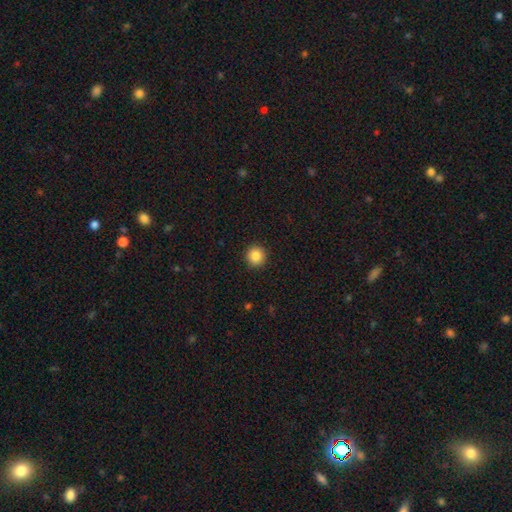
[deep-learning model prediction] A smooth galaxy with no disk features (86%) that is round (95%).

Vote fractions:
- Smooth or featured? smooth: 86% / star or artifact: 10% / featured or disk: 4%
- How rounded? round: 95% / in between: 4% / cigar-shaped: 1%
- Merging? none: 93% / minor disturbance: 5% / major disturbance: 2% / merger: 1%